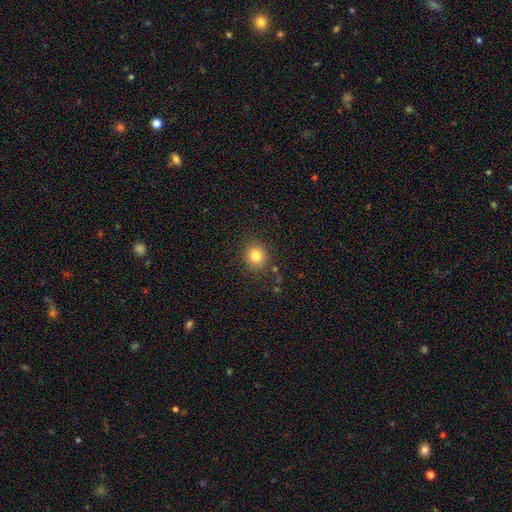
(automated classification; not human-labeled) Morphology: type=smooth (81%); roundness=round (87%); merging=none (87%).